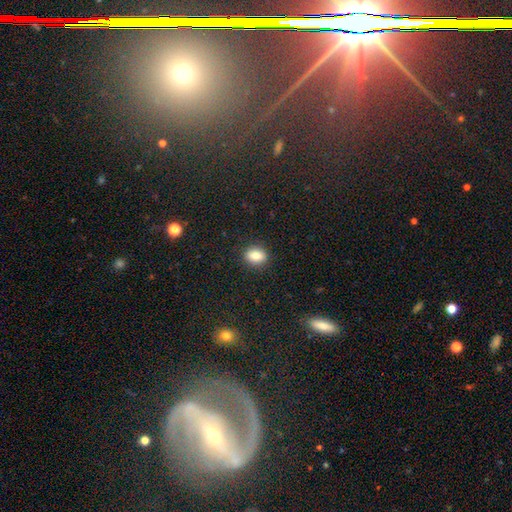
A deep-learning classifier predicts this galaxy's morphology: This is clearly a smooth galaxy (83%). How rounded: likely in between (64%). Merging: clearly none (88%).